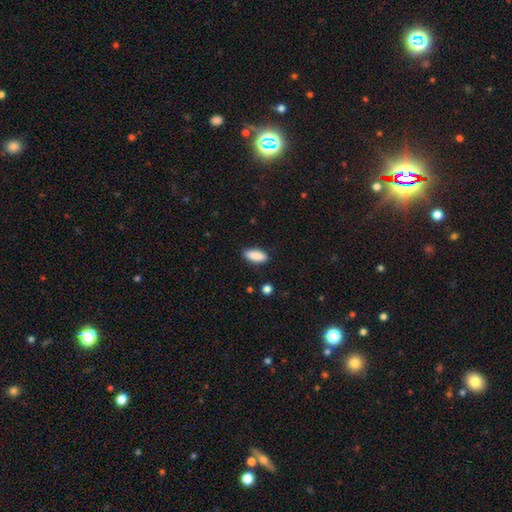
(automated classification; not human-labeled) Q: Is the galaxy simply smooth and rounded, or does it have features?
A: smooth — 89%.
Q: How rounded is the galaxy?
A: in between — 80%.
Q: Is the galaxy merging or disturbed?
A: none — 86%.